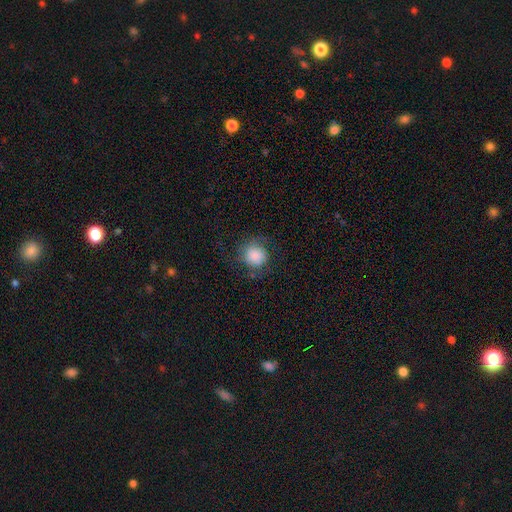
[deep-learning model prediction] Q: Smooth or featured?
A: smooth (79%); runner-up: featured or disk (12%)
Q: How rounded?
A: round (88%); runner-up: in between (11%)
Q: Merging?
A: none (69%); runner-up: minor disturbance (19%)